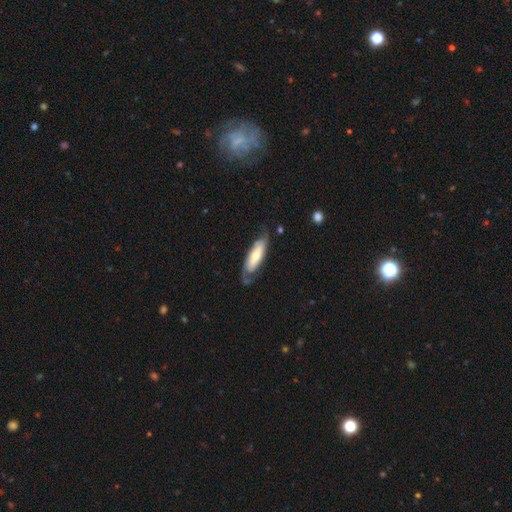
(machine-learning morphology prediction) Smooth or featured?
  - featured or disk: 52% *
  - smooth: 42%
  - star or artifact: 5%
Edge-on disk?
  - no: 74% *
  - yes: 26%
Merging?
  - none: 58% *
  - minor disturbance: 26%
  - major disturbance: 13%
  - merger: 2%